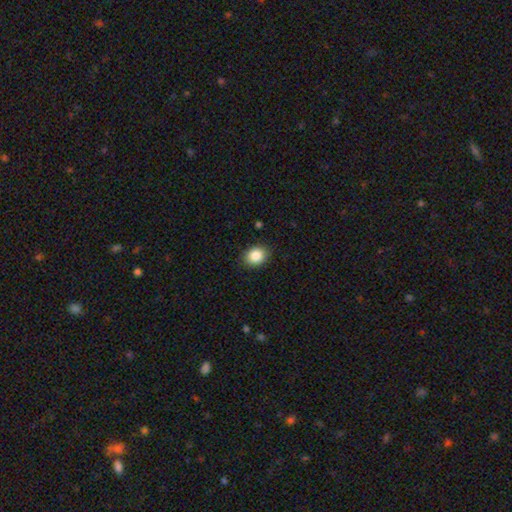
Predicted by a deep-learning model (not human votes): A smooth galaxy with no disk features (86%) that is in between round and cigar-shaped (50%). Merging: none (88%).